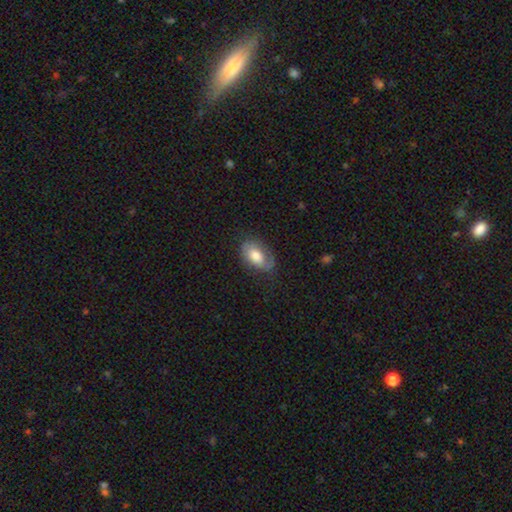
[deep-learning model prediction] A smooth galaxy with no disk features (60%) that is in between round and cigar-shaped (90%).

Vote fractions:
- Smooth or featured? smooth: 60% / featured or disk: 33% / star or artifact: 7%
- How rounded? in between: 90% / round: 8% / cigar-shaped: 2%
- Merging? none: 65% / minor disturbance: 24% / major disturbance: 10% / merger: 1%